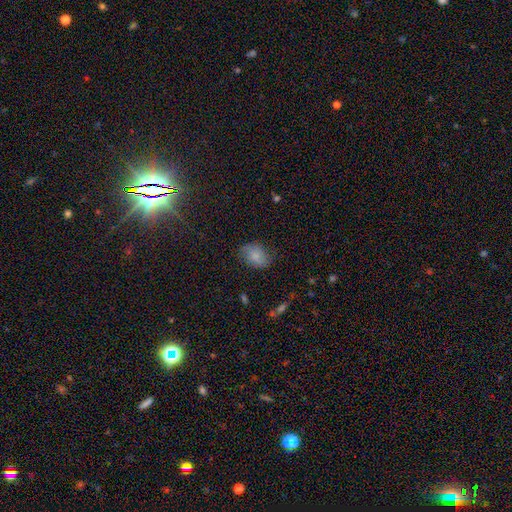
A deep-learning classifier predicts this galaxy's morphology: smooth_or_featured: smooth (p=0.77) [alt: featured or disk p=0.14]
how_rounded: in between (p=0.73) [alt: round p=0.26]
merging: none (p=0.72) [alt: minor disturbance p=0.21]